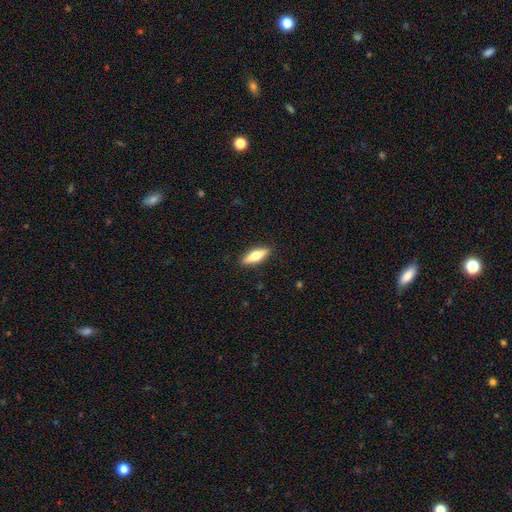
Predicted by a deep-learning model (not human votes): smooth 58%, featured or disk 36%, star or artifact 6%. Down the decision tree: how rounded — cigar-shaped (50%); merging — none (89%).